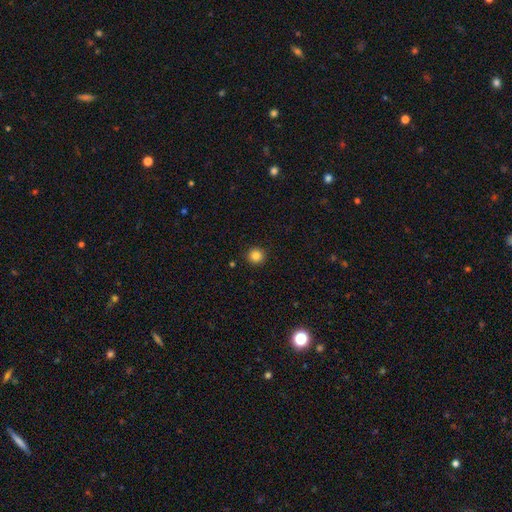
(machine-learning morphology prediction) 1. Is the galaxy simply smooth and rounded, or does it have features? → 84% smooth, 12% star or artifact, 4% featured or disk.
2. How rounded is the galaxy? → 94% round, 5% in between, 1% cigar-shaped.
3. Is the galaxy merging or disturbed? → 92% none, 5% minor disturbance, 2% major disturbance, 1% merger.